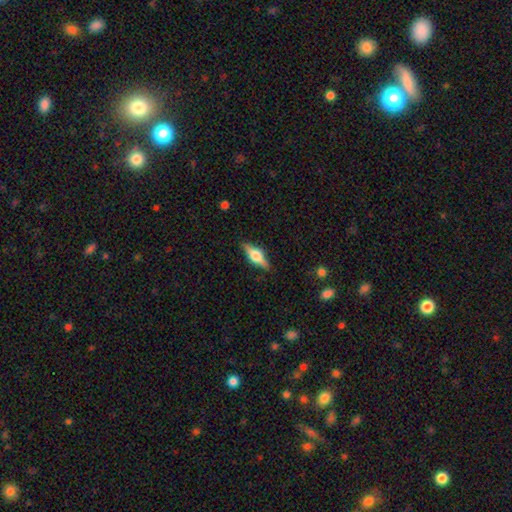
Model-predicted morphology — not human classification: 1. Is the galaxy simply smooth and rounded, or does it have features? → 62% featured or disk, 31% smooth, 7% star or artifact.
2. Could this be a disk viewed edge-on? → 96% yes, 4% no.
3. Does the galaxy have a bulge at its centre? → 92% rounded, 6% boxy, 2% none.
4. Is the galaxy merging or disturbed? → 87% none, 10% minor disturbance, 2% major disturbance, 1% merger.